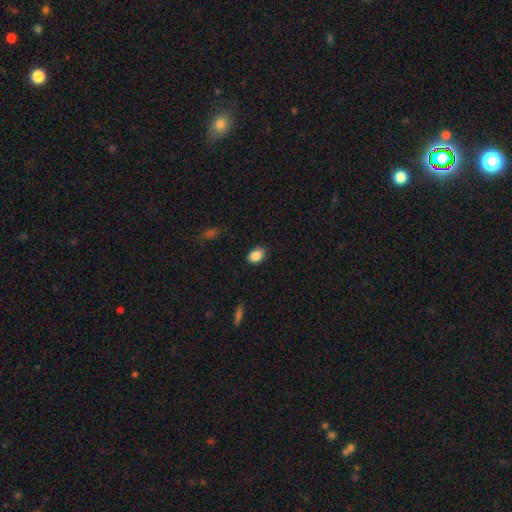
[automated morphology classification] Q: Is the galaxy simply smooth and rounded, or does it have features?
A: smooth — 87%.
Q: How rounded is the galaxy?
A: in between — 82%.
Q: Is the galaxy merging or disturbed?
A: none — 84%.